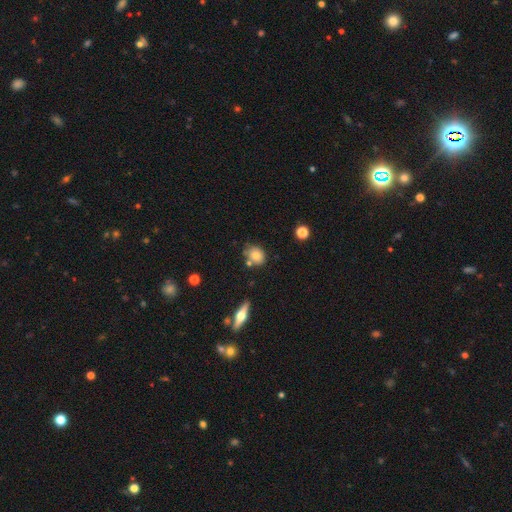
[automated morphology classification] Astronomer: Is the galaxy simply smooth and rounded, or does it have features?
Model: smooth — 78%.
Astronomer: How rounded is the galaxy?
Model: in between — 54% (runner-up: round, 44%).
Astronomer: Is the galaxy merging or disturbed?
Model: none — 63%.